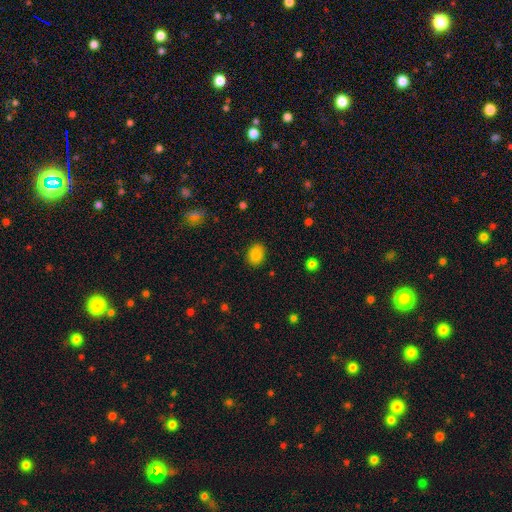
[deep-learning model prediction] Smooth or featured: smooth — 86% (star or artifact — 10%)
How rounded: in between — 63% (round — 36%)
Merging: none — 86% (minor disturbance — 10%)